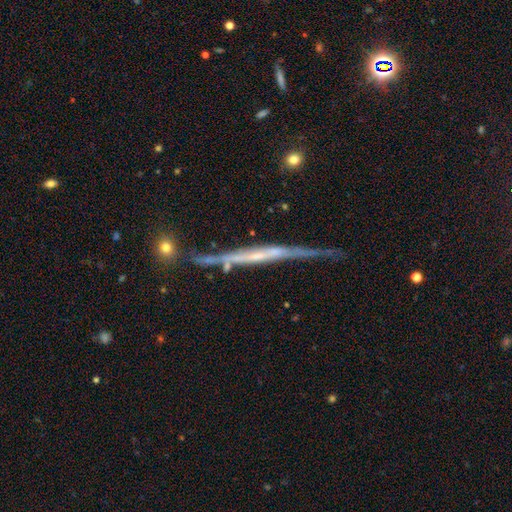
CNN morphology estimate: featured or disk 73%, smooth 19%, star or artifact 8%. Down the decision tree: edge-on disk — yes (93%); edge-on bulge — none (74%); merging — none (63%).